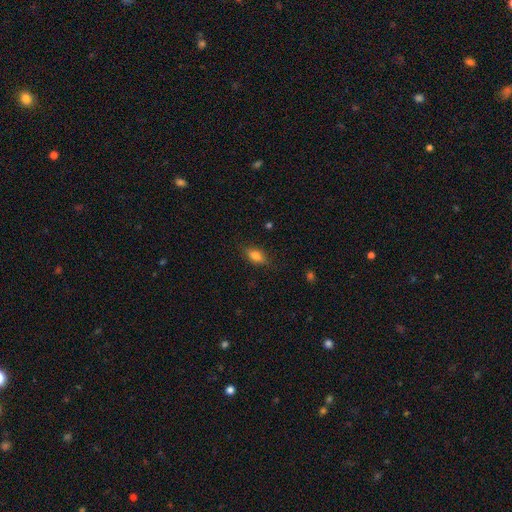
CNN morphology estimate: This appears to be a smooth galaxy with no disk features (78%) that is in between round and cigar-shaped (82%). Merging: none (82%).